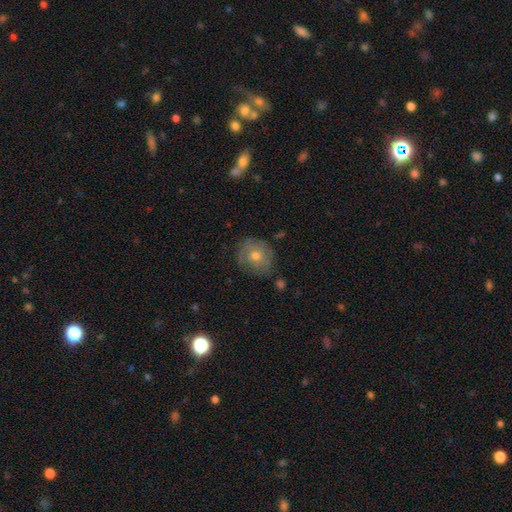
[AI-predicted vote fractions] smooth-or-featured: smooth: 47% | featured or disk: 42% | star or artifact: 11%
  merging: none: 75% | minor disturbance: 18% | major disturbance: 5% | merger: 2%